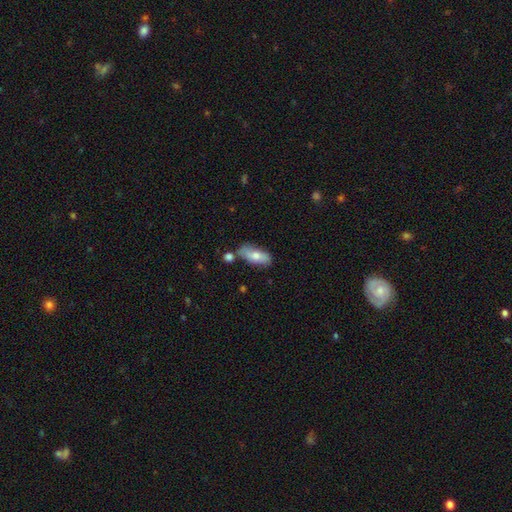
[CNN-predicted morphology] Smooth or featured?
  - smooth: 71% *
  - featured or disk: 23%
  - star or artifact: 6%
How rounded?
  - in between: 81% *
  - cigar-shaped: 16%
  - round: 3%
Merging?
  - none: 66% *
  - minor disturbance: 18%
  - merger: 12%
  - major disturbance: 4%